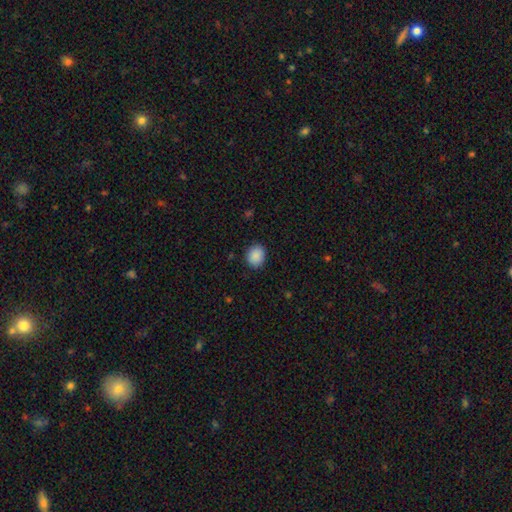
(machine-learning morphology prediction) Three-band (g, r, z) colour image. It shows a smooth galaxy with no disk features (89%) that is round (70%). Merging: none (88%).